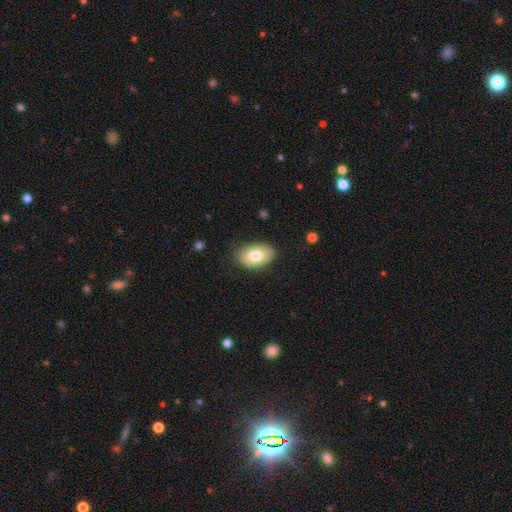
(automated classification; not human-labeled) Smooth or featured?
  - smooth: 78% *
  - featured or disk: 15%
  - star or artifact: 7%
How rounded?
  - in between: 89% *
  - round: 10%
  - cigar-shaped: 1%
Merging?
  - none: 82% *
  - minor disturbance: 14%
  - major disturbance: 3%
  - merger: 1%